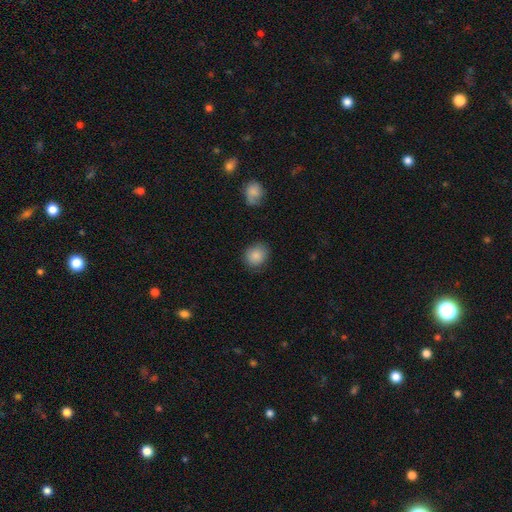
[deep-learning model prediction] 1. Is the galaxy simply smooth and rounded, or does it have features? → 86% smooth, 8% star or artifact, 6% featured or disk.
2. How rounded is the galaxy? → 73% round, 26% in between, 1% cigar-shaped.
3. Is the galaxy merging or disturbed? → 83% none, 12% minor disturbance, 3% major disturbance, 2% merger.